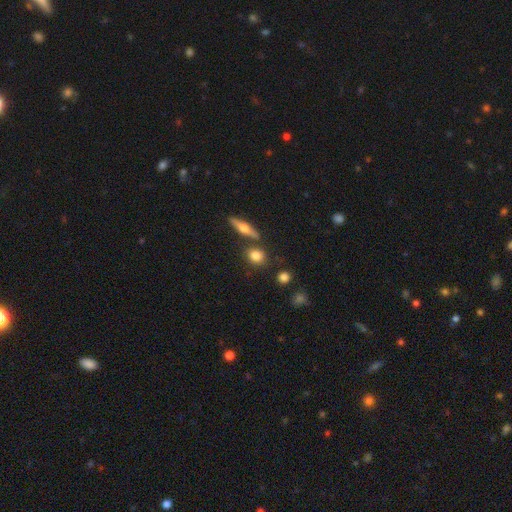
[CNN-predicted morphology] This appears to be a smooth galaxy with no disk features (78%) that is round (62%). Merging: none (74%).